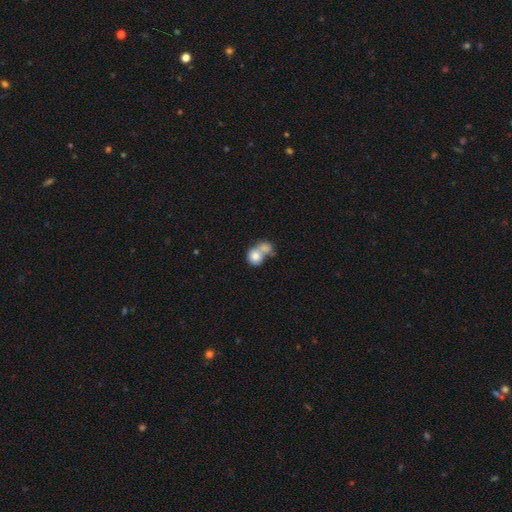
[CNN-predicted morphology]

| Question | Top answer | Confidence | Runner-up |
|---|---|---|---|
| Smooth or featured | smooth | 79% | featured or disk (13%) |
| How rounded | round | 72% | in between (27%) |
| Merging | merger | 66% | none (23%) |